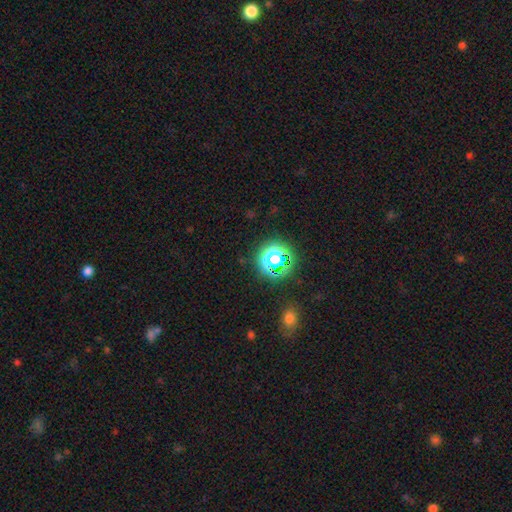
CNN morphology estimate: This appears to be a star or artifact, not a galaxy (68%).